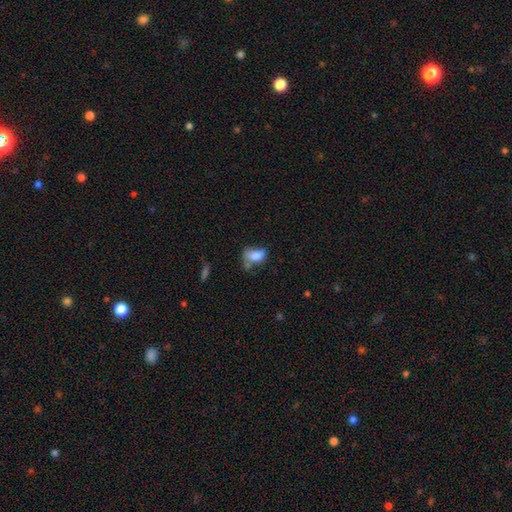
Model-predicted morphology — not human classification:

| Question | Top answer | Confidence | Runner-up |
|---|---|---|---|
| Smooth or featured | smooth | 76% | featured or disk (14%) |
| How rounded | in between | 85% | round (11%) |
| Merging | none | 31% | minor disturbance (29%) |